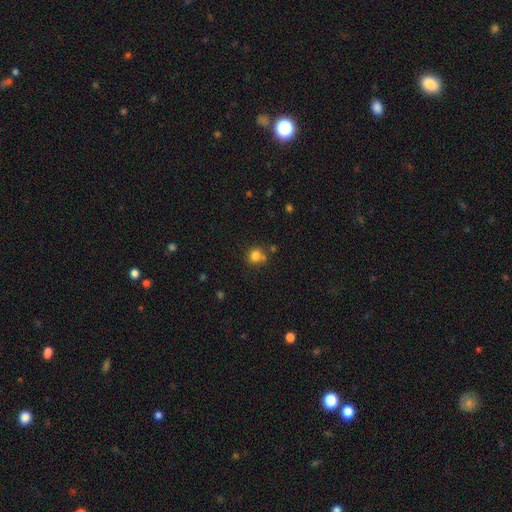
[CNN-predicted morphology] smooth-or-featured: smooth: 80% | star or artifact: 13% | featured or disk: 7%
  how-rounded: round: 86% | in between: 13% | cigar-shaped: 1%
  merging: none: 66% | merger: 17% | minor disturbance: 13% | major disturbance: 4%